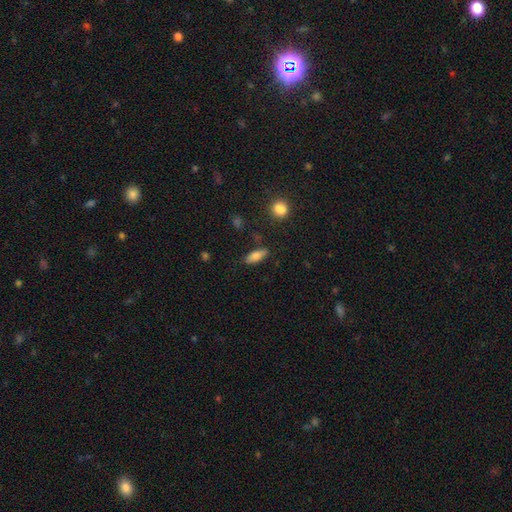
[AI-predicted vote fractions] Morphology: type=smooth (78%); roundness=in between (75%); merging=none (81%).